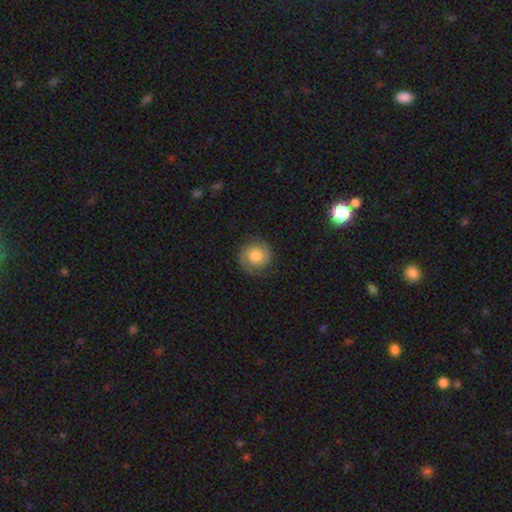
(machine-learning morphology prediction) Smooth or featured? smooth (56%)
How rounded? round (90%)
Merging? none (80%)